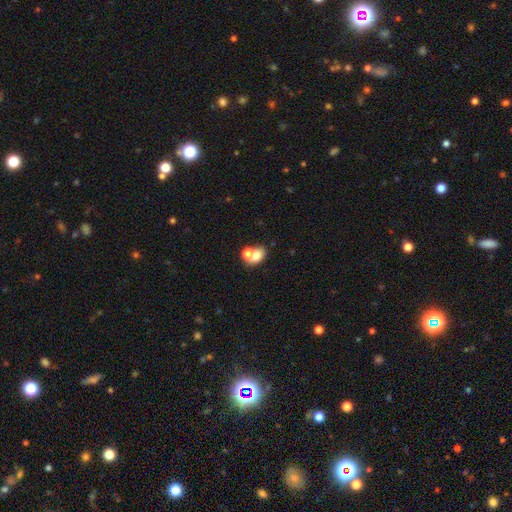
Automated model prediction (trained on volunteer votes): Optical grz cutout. It shows a smooth galaxy with no disk features (71%) that is in between round and cigar-shaped (58%). Merging: merger (53%).